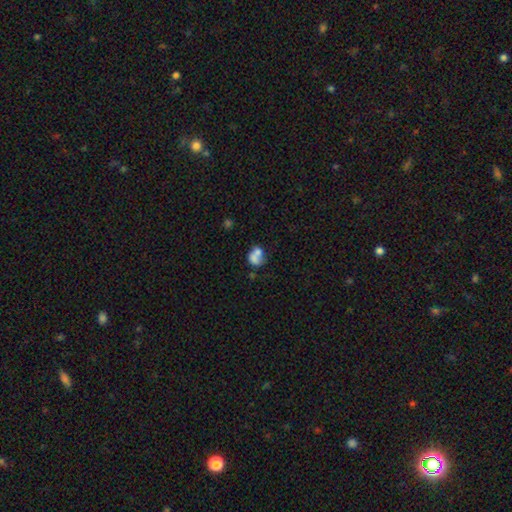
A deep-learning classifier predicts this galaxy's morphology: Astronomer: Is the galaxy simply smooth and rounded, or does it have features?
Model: smooth — 67%.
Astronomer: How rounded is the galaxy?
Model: in between — 50% (runner-up: round, 48%).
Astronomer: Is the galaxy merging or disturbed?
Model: merger — 58%.